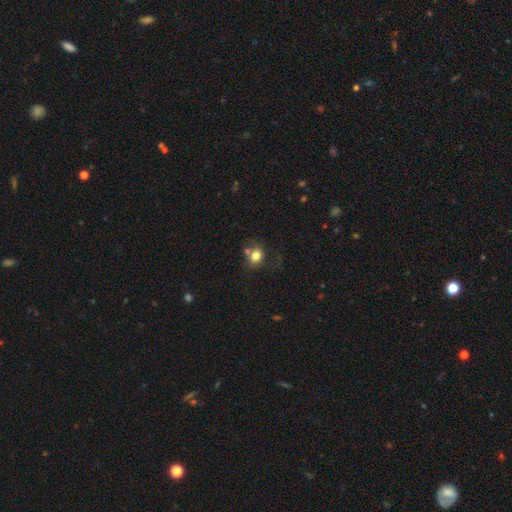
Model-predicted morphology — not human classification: Smooth or featured: smooth — 78% (star or artifact — 11%)
How rounded: round — 62% (in between — 37%)
Merging: none — 51% (merger — 23%)